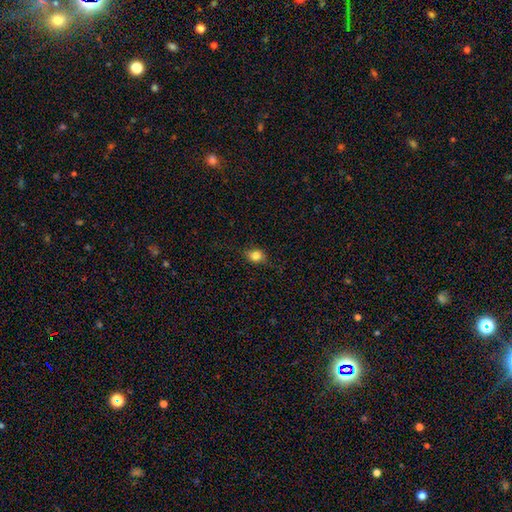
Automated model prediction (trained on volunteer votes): This appears to be a smooth galaxy with no disk features (78%) that is round (49%). Merging: none (74%).